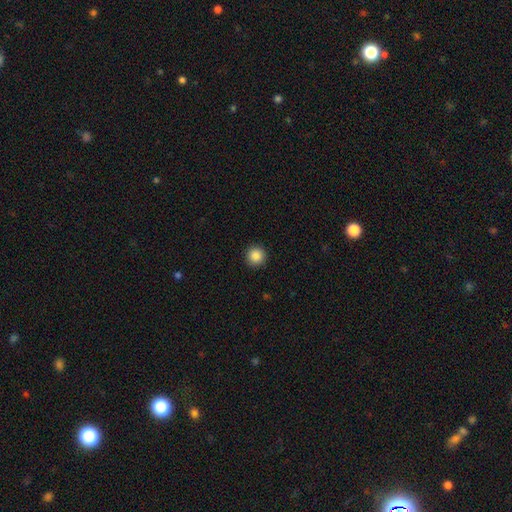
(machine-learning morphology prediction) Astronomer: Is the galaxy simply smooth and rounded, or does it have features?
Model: smooth — 87%.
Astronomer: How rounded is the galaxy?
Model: round — 96%.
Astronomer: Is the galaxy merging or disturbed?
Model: none — 93%.